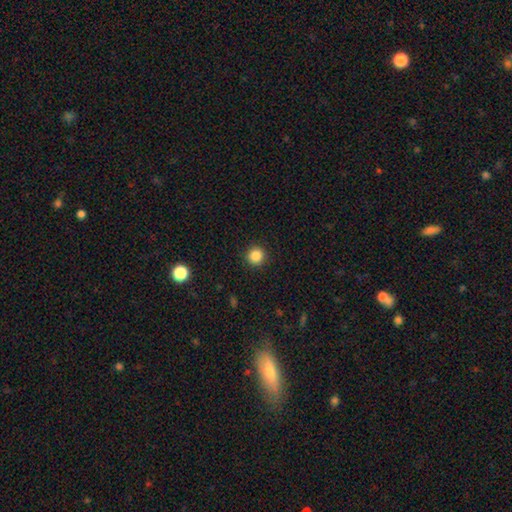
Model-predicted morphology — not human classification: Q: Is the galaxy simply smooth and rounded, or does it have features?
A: smooth — 86%.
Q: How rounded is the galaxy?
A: round — 95%.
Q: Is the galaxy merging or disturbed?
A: none — 92%.